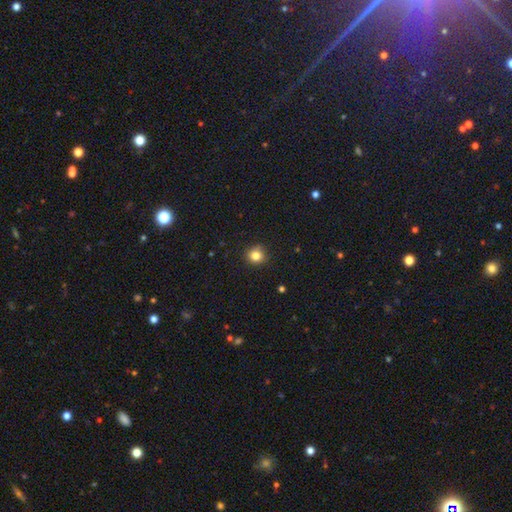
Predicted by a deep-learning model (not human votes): smooth_or_featured: smooth (p=0.83) [alt: star or artifact p=0.12]
how_rounded: round (p=0.88) [alt: in between p=0.11]
merging: none (p=0.88) [alt: minor disturbance p=0.09]